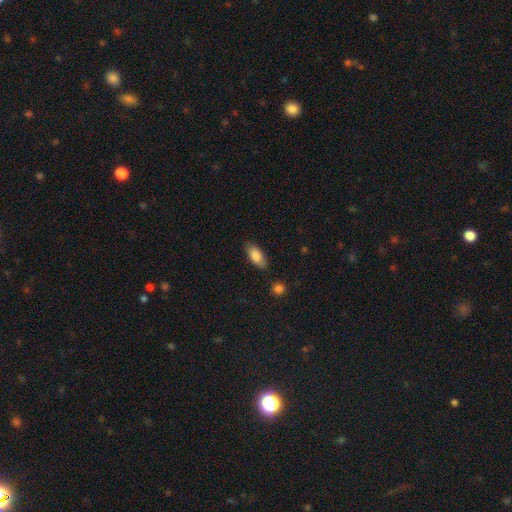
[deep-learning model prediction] Overall: smooth (84%). How rounded: in between (88%). Merging: none (82%).